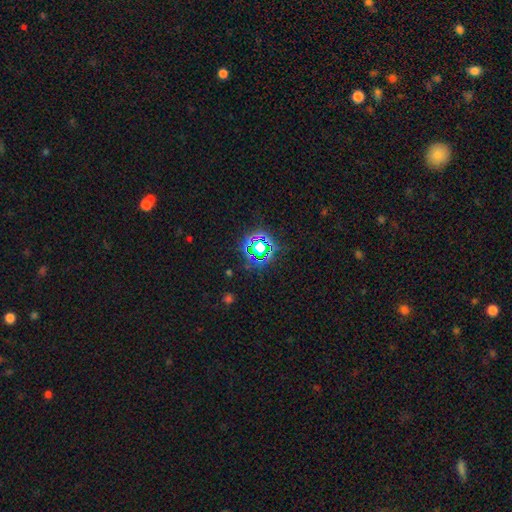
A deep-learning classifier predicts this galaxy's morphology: The model was most divided on "smooth or featured": star or artifact: 73%, smooth: 19%, featured or disk: 8%.